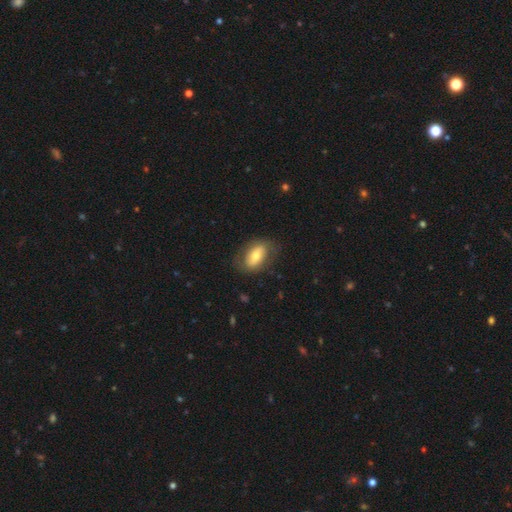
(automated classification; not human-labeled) This is possibly a smooth galaxy (58%). How rounded: clearly in between (88%). Merging: likely none (74%).